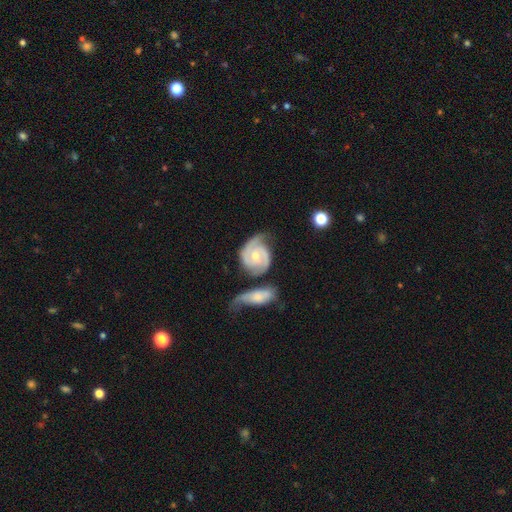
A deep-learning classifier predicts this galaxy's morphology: This is clearly a featured or disk galaxy (87%). It is clearly not viewed edge-on (97%). Bar: possibly no (59%). Spiral arm pattern: clearly yes (97%). Spiral arm count: likely 2 (78%). Spiral winding: possibly tight (57%). Central bulge: possibly moderate (49%). Merging: possibly none (50%).